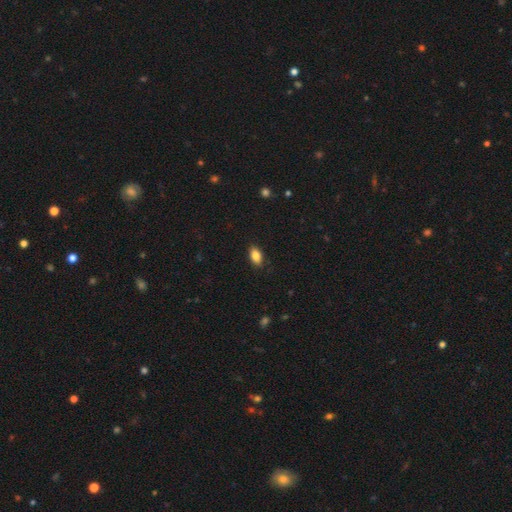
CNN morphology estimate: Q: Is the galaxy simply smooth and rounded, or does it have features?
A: smooth — 86%.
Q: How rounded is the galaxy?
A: in between — 91%.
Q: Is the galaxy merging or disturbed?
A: none — 86%.